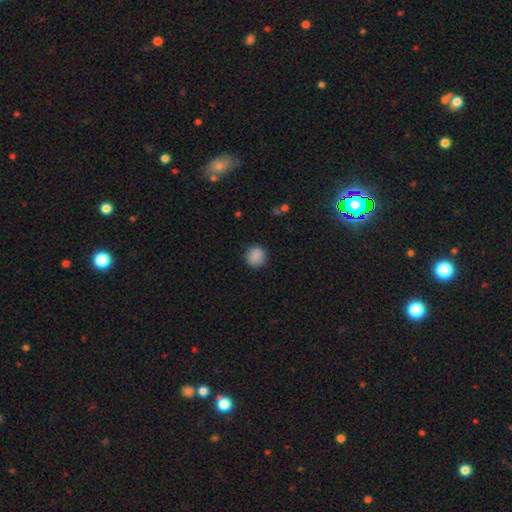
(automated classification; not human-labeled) smooth-or-featured: smooth: 88% | star or artifact: 8% | featured or disk: 4%
  how-rounded: round: 89% | in between: 10% | cigar-shaped: 1%
  merging: none: 87% | minor disturbance: 9% | major disturbance: 3% | merger: 1%